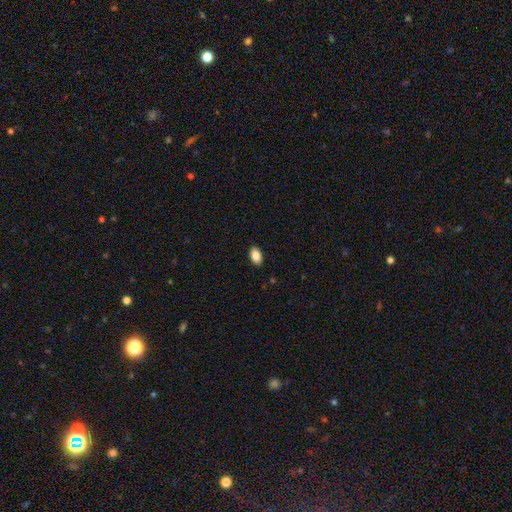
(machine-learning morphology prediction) This appears to be a smooth galaxy with no disk features (87%) that is in between round and cigar-shaped (92%). Merging: none (88%).